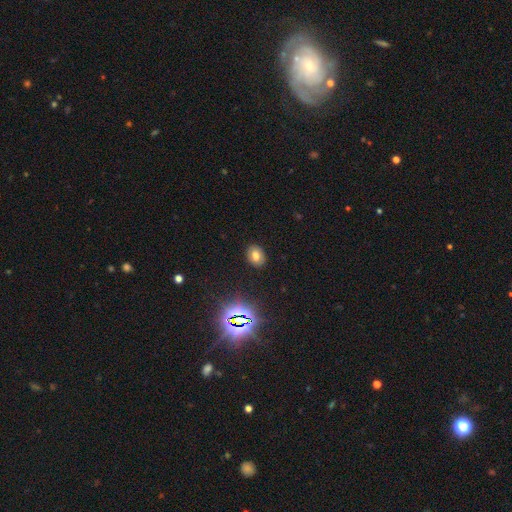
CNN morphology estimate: Q: Smooth or featured?
A: smooth (68%); runner-up: star or artifact (19%)
Q: How rounded?
A: in between (66%); runner-up: round (33%)
Q: Merging?
A: none (88%); runner-up: minor disturbance (8%)